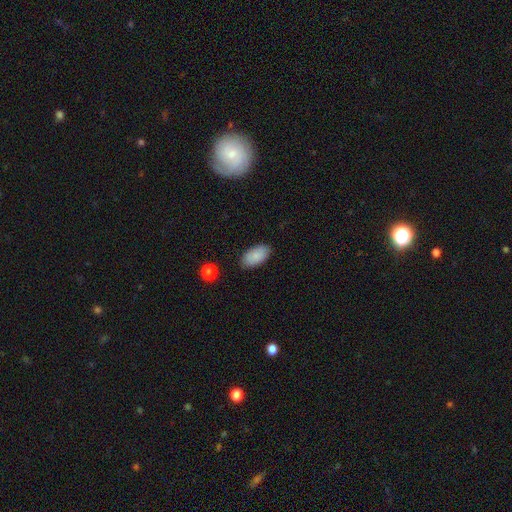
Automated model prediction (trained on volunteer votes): smooth_or_featured: smooth (p=0.86) [alt: star or artifact p=0.07]
how_rounded: in between (p=0.94) [alt: round p=0.03]
merging: none (p=0.84) [alt: minor disturbance p=0.12]